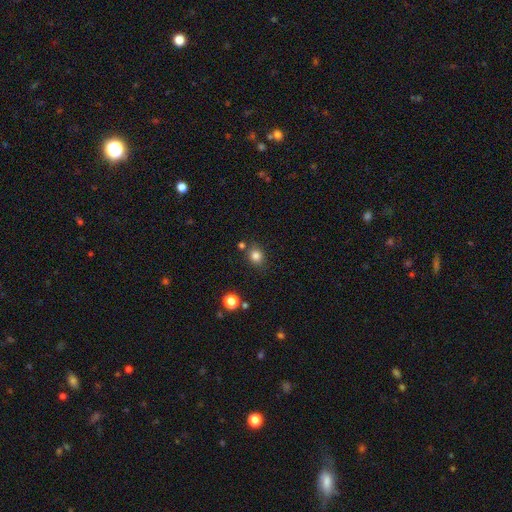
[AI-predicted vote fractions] Smooth or featured? smooth (83%)
How rounded? round (75%)
Merging? none (79%)